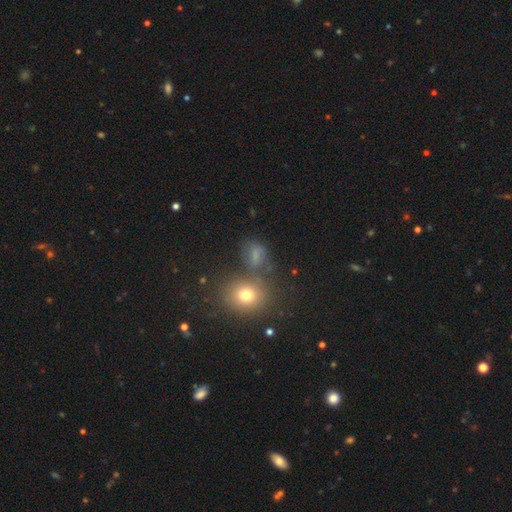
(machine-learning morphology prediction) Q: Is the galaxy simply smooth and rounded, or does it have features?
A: smooth — 60%.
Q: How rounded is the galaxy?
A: in between — 56%.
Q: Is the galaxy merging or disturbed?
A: none — 58%.